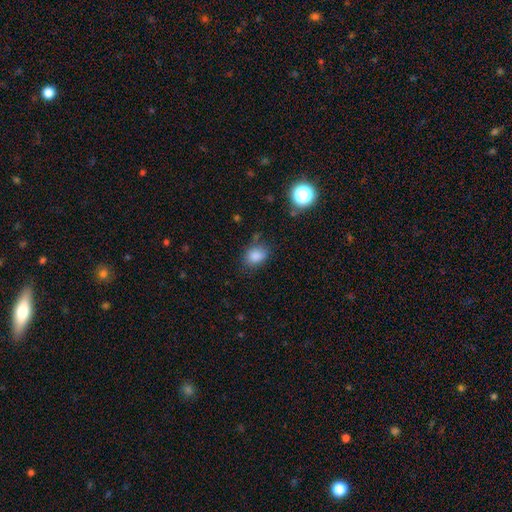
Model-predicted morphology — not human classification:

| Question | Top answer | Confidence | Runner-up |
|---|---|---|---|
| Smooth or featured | smooth | 84% | star or artifact (11%) |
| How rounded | in between | 61% | round (38%) |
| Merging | none | 73% | minor disturbance (19%) |